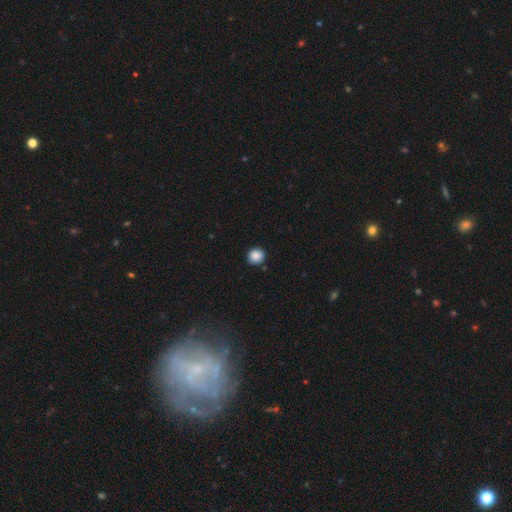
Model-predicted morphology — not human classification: type=smooth (88%); roundness=round (84%); merging=none (90%).